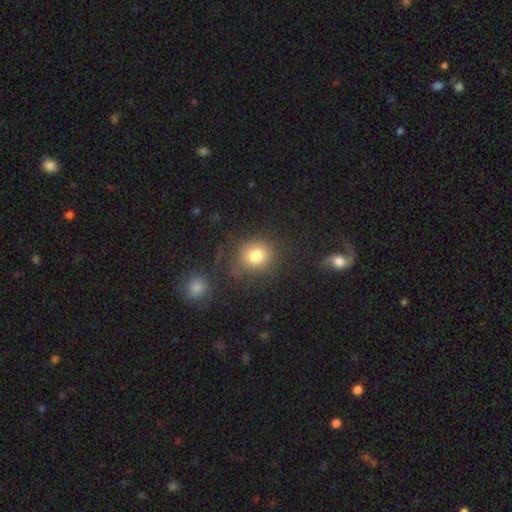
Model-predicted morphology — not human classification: smooth-or-featured: smooth: 80% | star or artifact: 11% | featured or disk: 8%
  how-rounded: round: 81% | in between: 18% | cigar-shaped: 1%
  merging: none: 74% | minor disturbance: 14% | major disturbance: 7% | merger: 5%